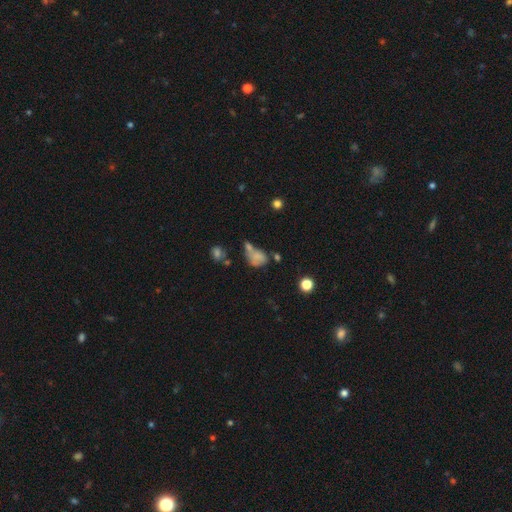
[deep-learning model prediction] A smooth galaxy with no disk features (64%) that is in between round and cigar-shaped (63%). Merging: merger (37%).